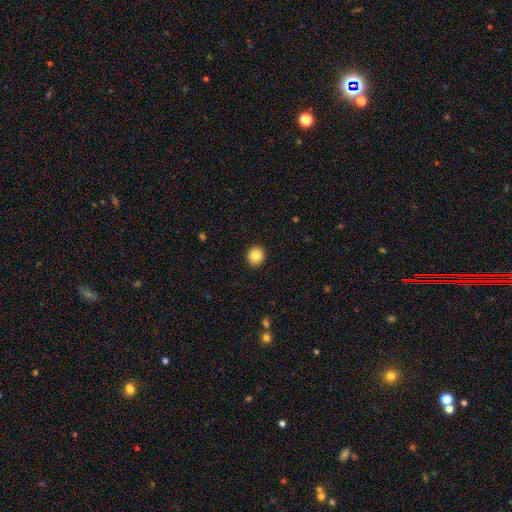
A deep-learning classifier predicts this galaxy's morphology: smooth_or_featured: smooth (p=0.85) [alt: star or artifact p=0.09]
how_rounded: round (p=0.89) [alt: in between p=0.10]
merging: none (p=0.93) [alt: minor disturbance p=0.05]